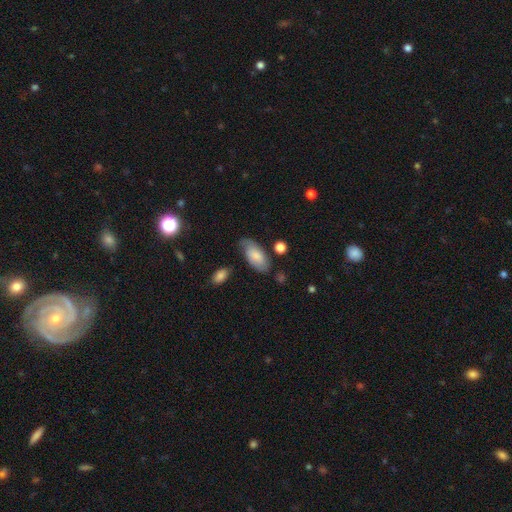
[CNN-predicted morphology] smooth-or-featured: smooth: 67% | featured or disk: 26% | star or artifact: 7%
  how-rounded: in between: 91% | cigar-shaped: 7% | round: 3%
  merging: none: 69% | minor disturbance: 21% | major disturbance: 6% | merger: 4%